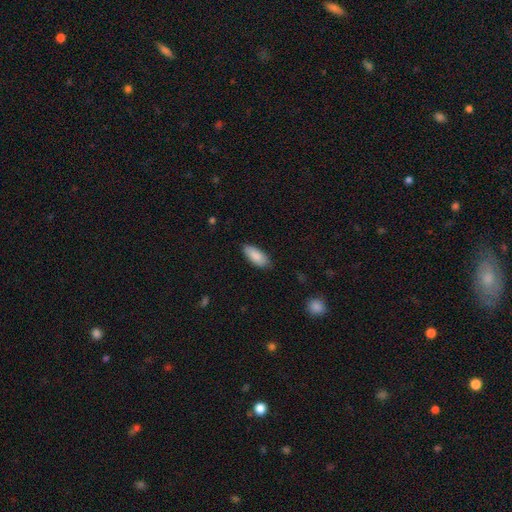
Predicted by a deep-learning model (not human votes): This appears to be a smooth galaxy with no disk features (88%) that is in between round and cigar-shaped (84%). Merging: none (82%).